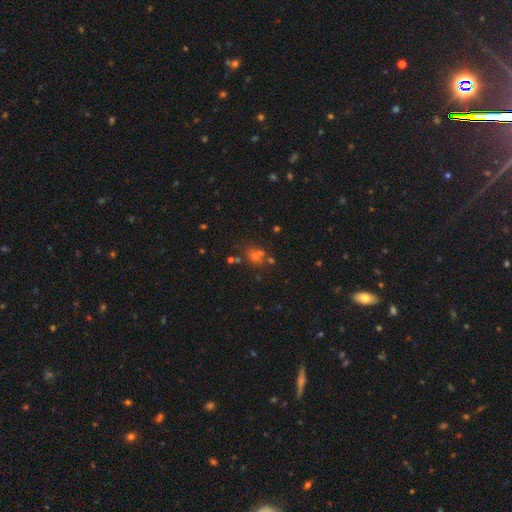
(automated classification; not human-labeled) Overall: smooth (50%; star or artifact 37%). Merging: none (61%; merger 22%).